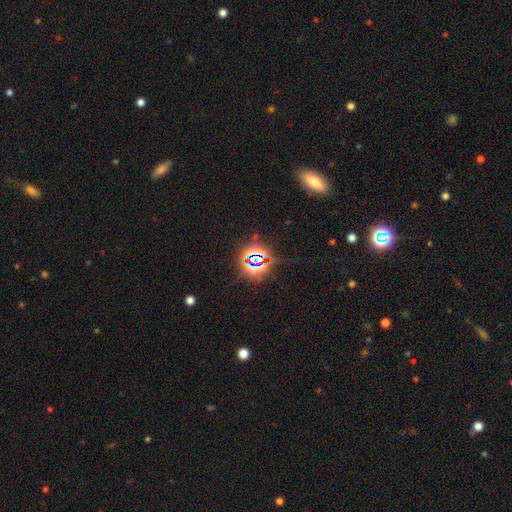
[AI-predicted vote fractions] Smooth or featured: star or artifact — 81% (smooth — 11%)